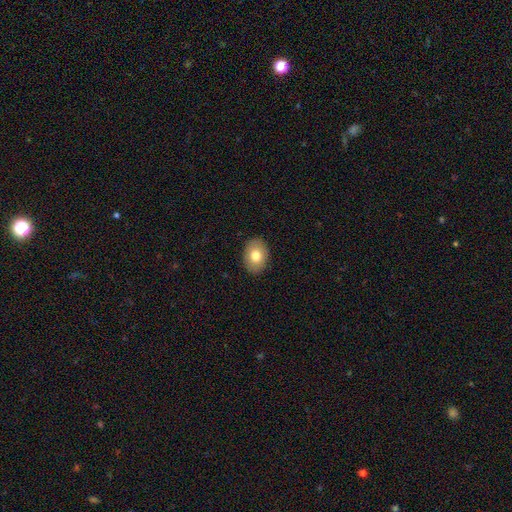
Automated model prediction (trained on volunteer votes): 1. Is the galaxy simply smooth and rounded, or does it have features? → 77% smooth, 15% featured or disk, 7% star or artifact.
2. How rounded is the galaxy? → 76% in between, 24% round, 1% cigar-shaped.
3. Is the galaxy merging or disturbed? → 89% none, 8% minor disturbance, 2% major disturbance, 1% merger.